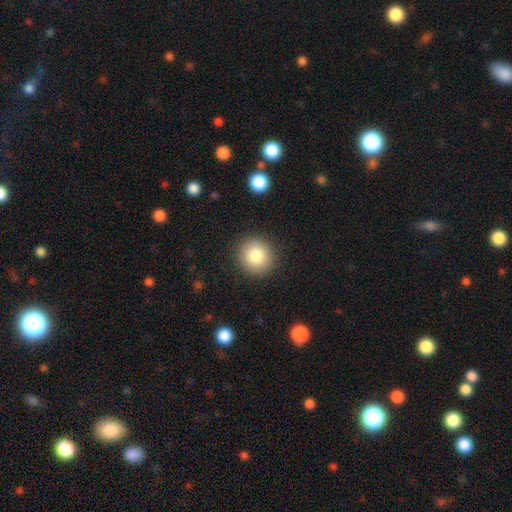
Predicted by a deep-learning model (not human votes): Smooth or featured: smooth — 82% (star or artifact — 10%)
How rounded: round — 93% (in between — 6%)
Merging: none — 91% (minor disturbance — 6%)